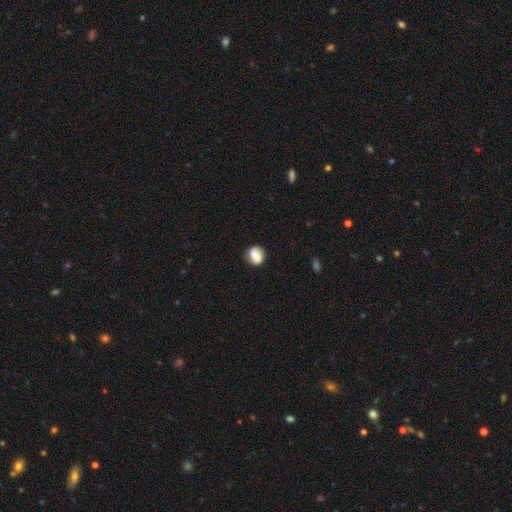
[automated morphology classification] smooth-or-featured: smooth: 74% | featured or disk: 17% | star or artifact: 9%
  how-rounded: round: 70% | in between: 29% | cigar-shaped: 1%
  merging: none: 76% | minor disturbance: 17% | major disturbance: 5% | merger: 2%